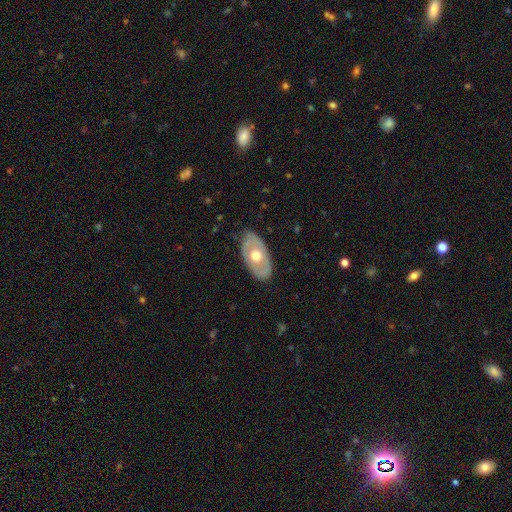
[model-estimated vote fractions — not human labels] smooth_or_featured: featured or disk (p=0.49) [alt: smooth p=0.45]
merging: none (p=0.79) [alt: minor disturbance p=0.16]